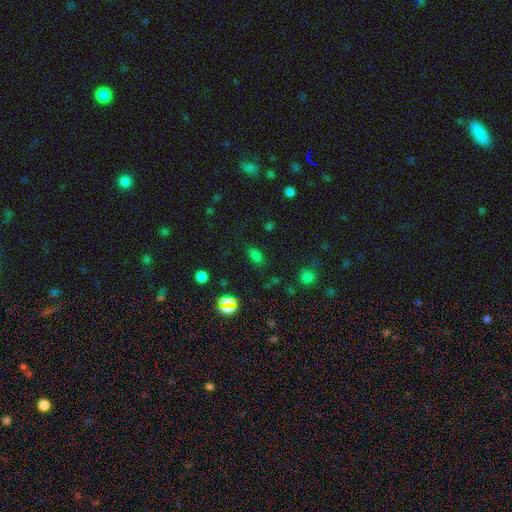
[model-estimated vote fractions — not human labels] Smooth or featured?
  - smooth: 65% *
  - star or artifact: 27%
  - featured or disk: 8%
How rounded?
  - in between: 82% *
  - round: 13%
  - cigar-shaped: 5%
Merging?
  - none: 78% *
  - minor disturbance: 14%
  - major disturbance: 5%
  - merger: 3%